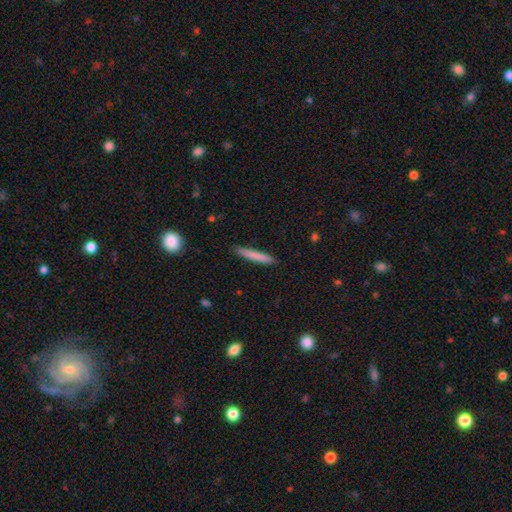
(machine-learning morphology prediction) This appears to be a smooth galaxy with no disk features (78%) that is cigar-shaped (95%). Merging: none (89%).